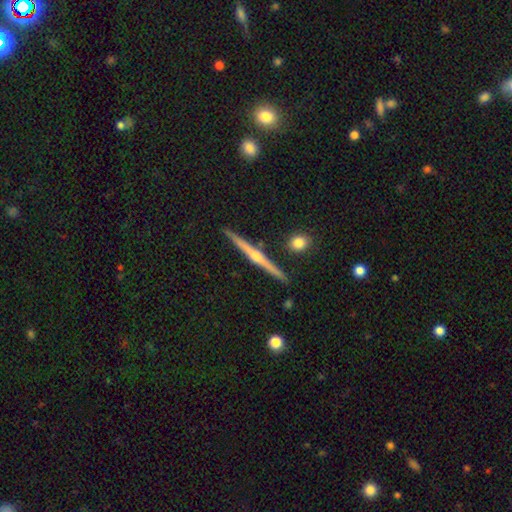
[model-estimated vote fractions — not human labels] Smooth or featured? Predicted: featured or disk (p=0.77). Edge-on disk? Predicted: yes (p=0.98). Edge-on bulge? Predicted: rounded (p=0.82). Merging? Predicted: none (p=0.89).